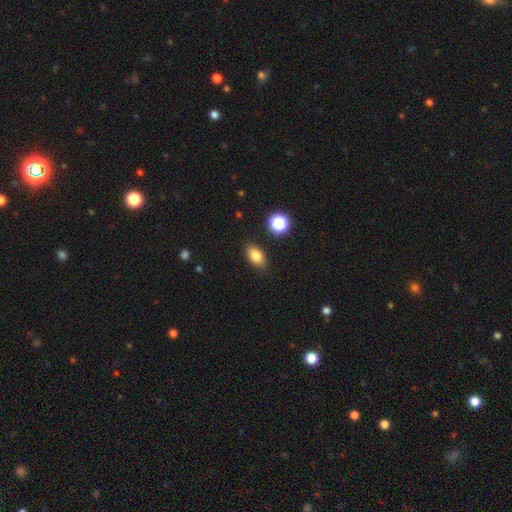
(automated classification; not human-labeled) Smooth or featured? Predicted: smooth (p=0.82). How rounded? Predicted: in between (p=0.86). Merging? Predicted: none (p=0.86).